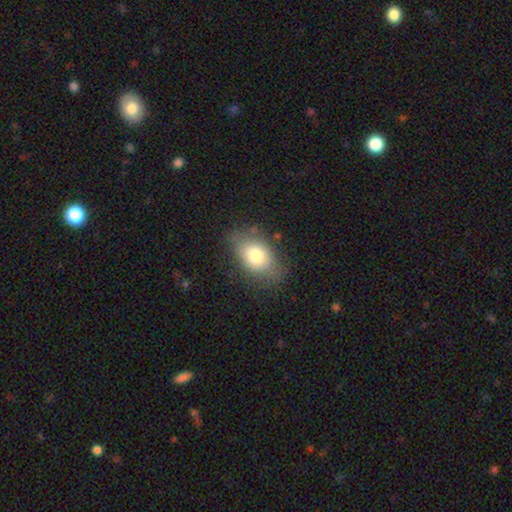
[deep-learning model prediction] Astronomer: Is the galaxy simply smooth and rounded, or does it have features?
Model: smooth — 77%.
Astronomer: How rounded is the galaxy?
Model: in between — 82%.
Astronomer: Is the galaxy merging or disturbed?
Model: none — 68%.